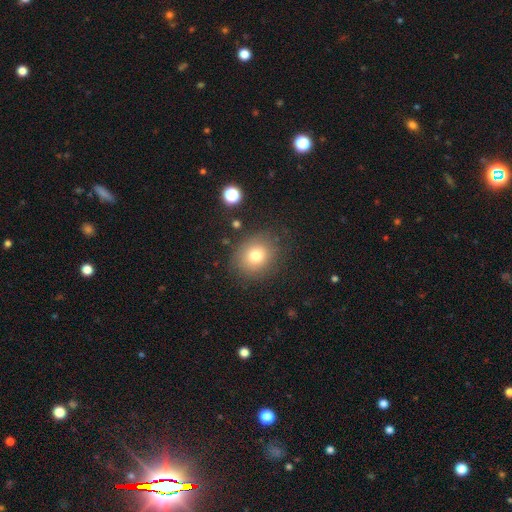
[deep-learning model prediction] The model was most divided on "how rounded": round: 71%, in between: 29%, cigar-shaped: 1%. More confident: merging — none (80%); smooth or featured — smooth (75%).